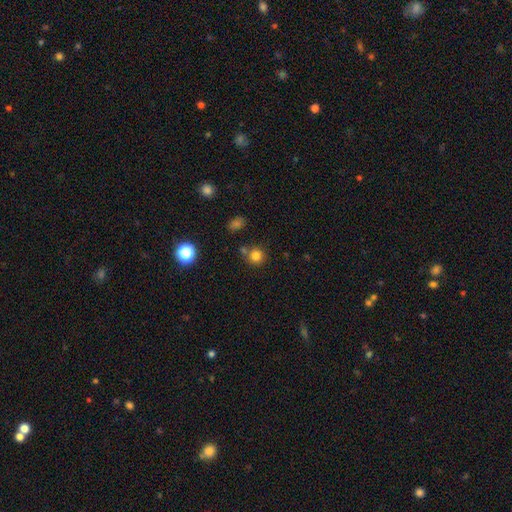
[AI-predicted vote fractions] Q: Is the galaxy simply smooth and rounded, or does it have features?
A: smooth — 80%.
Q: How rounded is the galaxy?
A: round — 91%.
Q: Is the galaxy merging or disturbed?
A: none — 71%.